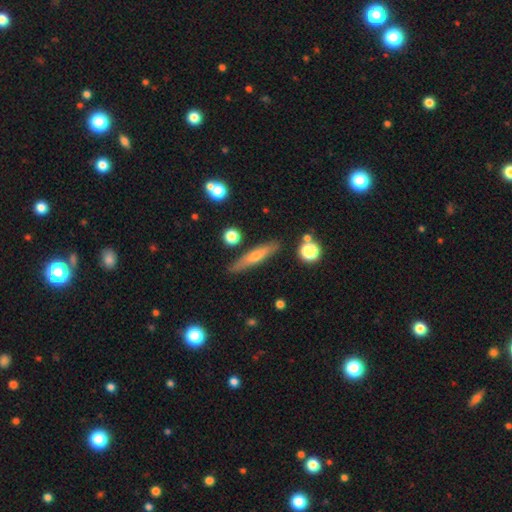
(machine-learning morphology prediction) This is possibly a smooth galaxy (48%). Merging: clearly none (85%).